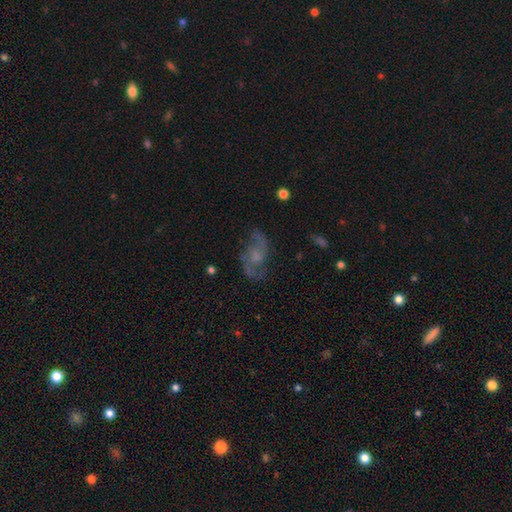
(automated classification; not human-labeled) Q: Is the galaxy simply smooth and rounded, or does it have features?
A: featured or disk — 72%.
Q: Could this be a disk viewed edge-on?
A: no — 96%.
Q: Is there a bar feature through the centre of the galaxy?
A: no — 64%.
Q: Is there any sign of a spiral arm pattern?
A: yes — 88%.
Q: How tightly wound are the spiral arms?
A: loose — 48%.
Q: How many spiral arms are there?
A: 2 — 85%.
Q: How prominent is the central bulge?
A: small — 37%.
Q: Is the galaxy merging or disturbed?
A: none — 68%.